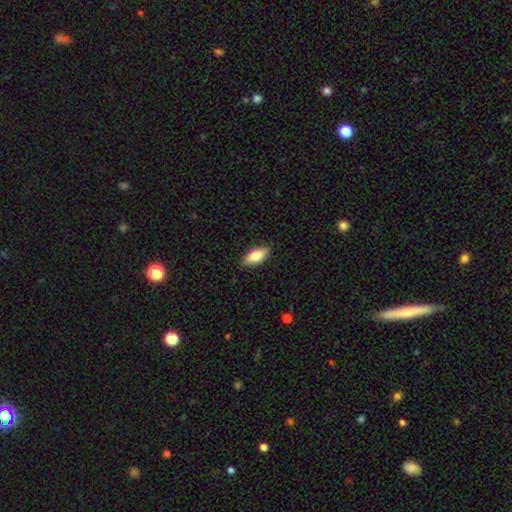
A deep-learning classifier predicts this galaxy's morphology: Q: Smooth or featured?
A: smooth (82%); runner-up: featured or disk (12%)
Q: How rounded?
A: in between (83%); runner-up: cigar-shaped (15%)
Q: Merging?
A: none (88%); runner-up: minor disturbance (9%)